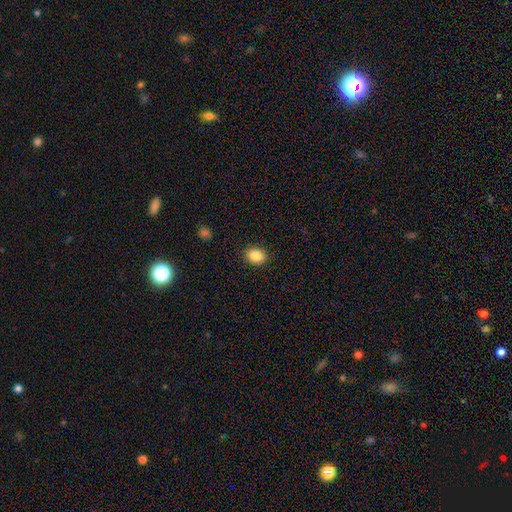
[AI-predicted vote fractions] Smooth or featured: smooth — 88% (star or artifact — 9%)
How rounded: in between — 64% (round — 35%)
Merging: none — 89% (minor disturbance — 7%)